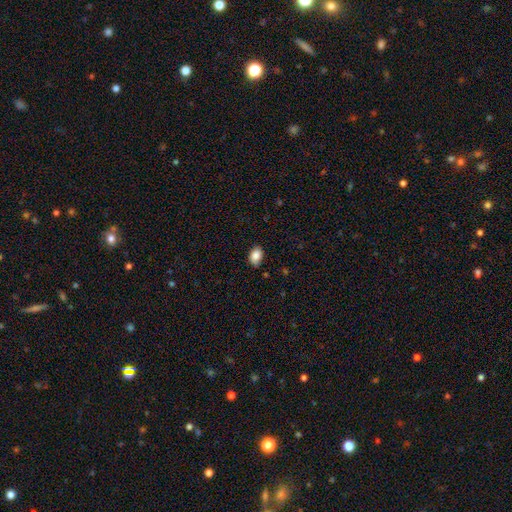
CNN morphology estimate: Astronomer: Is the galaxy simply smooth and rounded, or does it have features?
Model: smooth — 86%.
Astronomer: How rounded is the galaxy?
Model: in between — 84%.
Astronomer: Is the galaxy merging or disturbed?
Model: none — 79%.